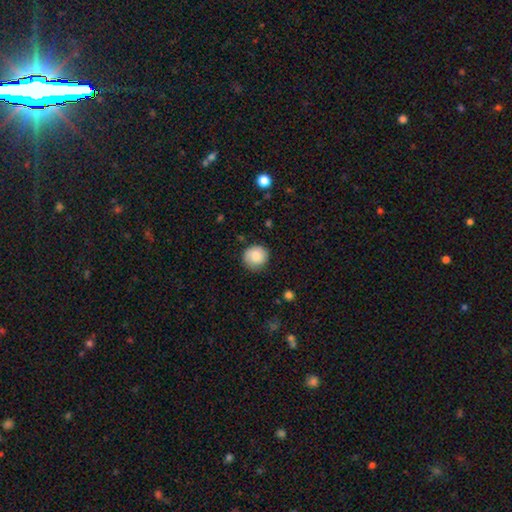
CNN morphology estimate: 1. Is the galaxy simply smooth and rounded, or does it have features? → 80% smooth, 12% featured or disk, 8% star or artifact.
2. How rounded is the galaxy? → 91% round, 8% in between, 1% cigar-shaped.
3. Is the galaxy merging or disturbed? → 80% none, 15% minor disturbance, 4% major disturbance, 1% merger.